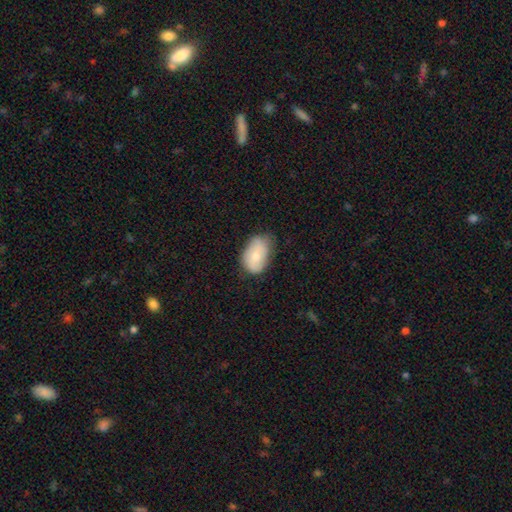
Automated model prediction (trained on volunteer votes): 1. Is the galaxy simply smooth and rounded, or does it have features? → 74% smooth, 20% featured or disk, 7% star or artifact.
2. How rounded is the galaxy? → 87% in between, 11% round, 1% cigar-shaped.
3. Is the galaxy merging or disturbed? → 51% none, 39% minor disturbance, 9% major disturbance, 2% merger.